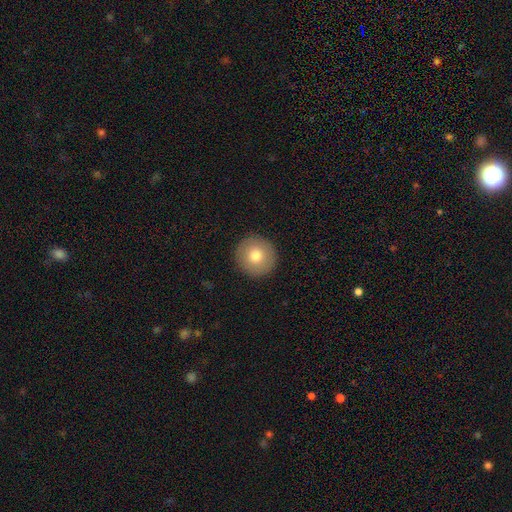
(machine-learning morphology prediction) A smooth galaxy with no disk features (76%) that is round (95%). Merging: none (92%).